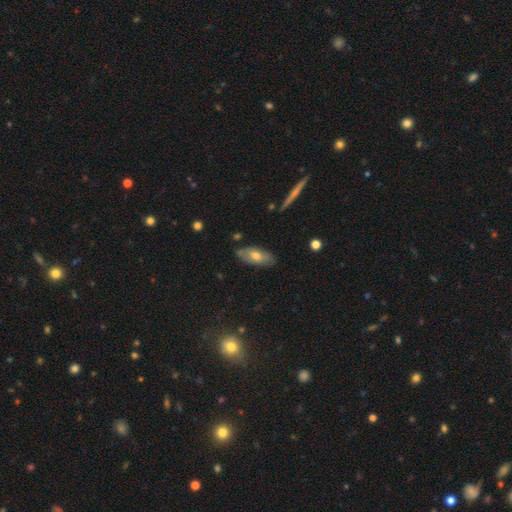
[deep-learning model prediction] A smooth galaxy with no disk features (58%) that is in between round and cigar-shaped (85%). Merging: none (79%).